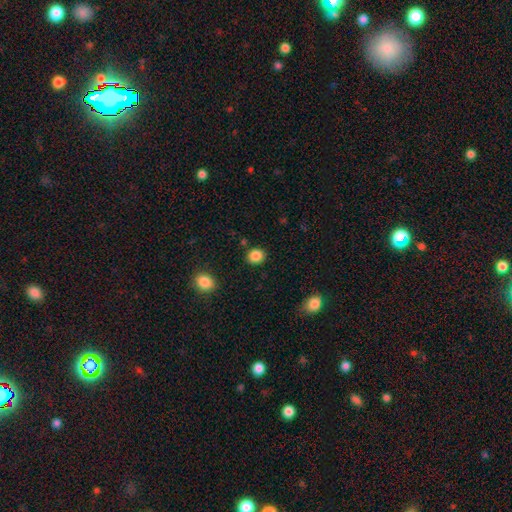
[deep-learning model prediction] Morphology: type=smooth (86%); roundness=round (75%); merging=none (87%).